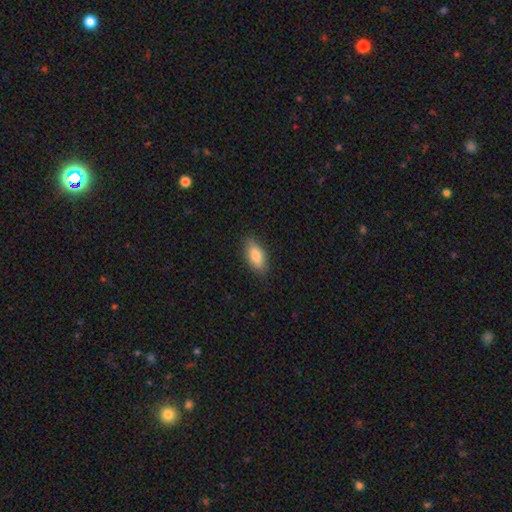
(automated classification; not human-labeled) Smooth or featured? Predicted: smooth (p=0.79). How rounded? Predicted: in between (p=0.84). Merging? Predicted: none (p=0.85).